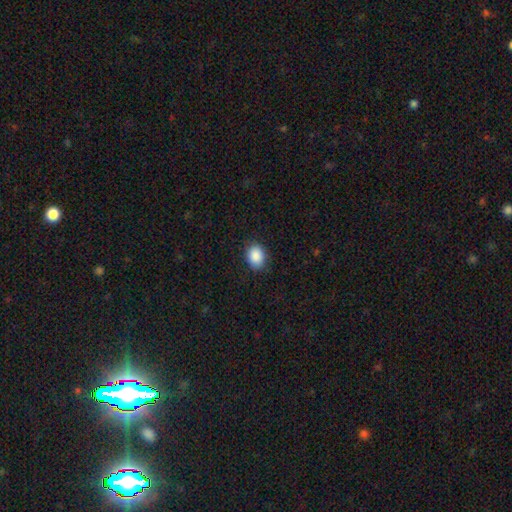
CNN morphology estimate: Smooth or featured: smooth — 89% (star or artifact — 8%)
How rounded: in between — 64% (round — 35%)
Merging: none — 86% (minor disturbance — 10%)